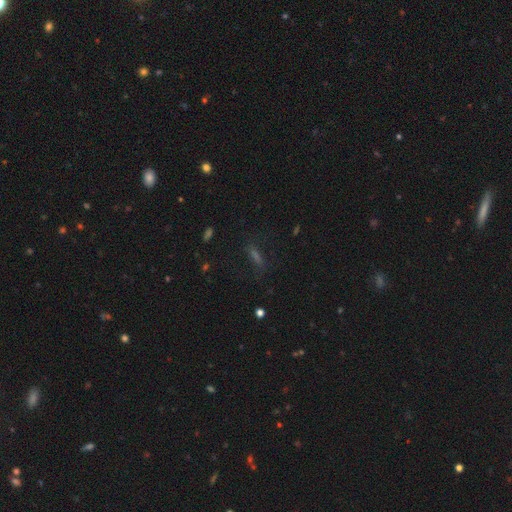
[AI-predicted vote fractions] Overall: smooth (45%; star or artifact 33%). Merging: none (74%).